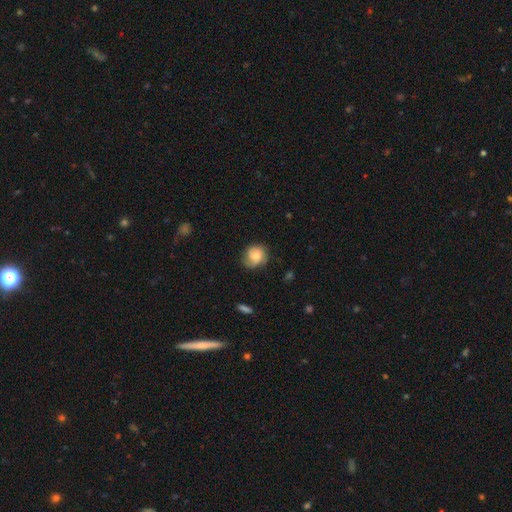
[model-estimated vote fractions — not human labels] A smooth galaxy with no disk features (50%) that is round (78%).

Vote fractions:
- Smooth or featured? smooth: 50% / featured or disk: 42% / star or artifact: 8%
- How rounded? round: 78% / in between: 21% / cigar-shaped: 1%
- Merging? none: 68% / minor disturbance: 23% / major disturbance: 8% / merger: 1%